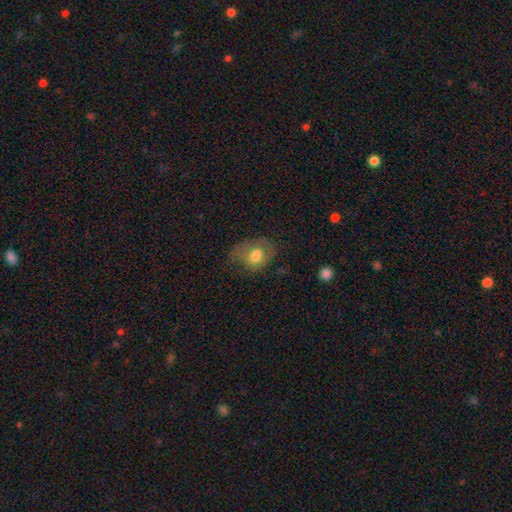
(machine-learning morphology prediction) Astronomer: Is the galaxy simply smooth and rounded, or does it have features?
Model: smooth — 66%.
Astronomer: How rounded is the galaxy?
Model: in between — 65%.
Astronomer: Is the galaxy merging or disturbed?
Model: none — 41% (runner-up: minor disturbance, 31%).